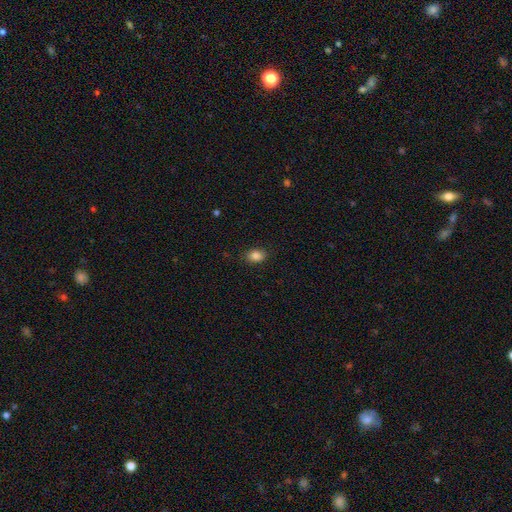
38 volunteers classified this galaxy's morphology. Overall: smooth (95%). How rounded: in between (81%). Merging: none (100%).